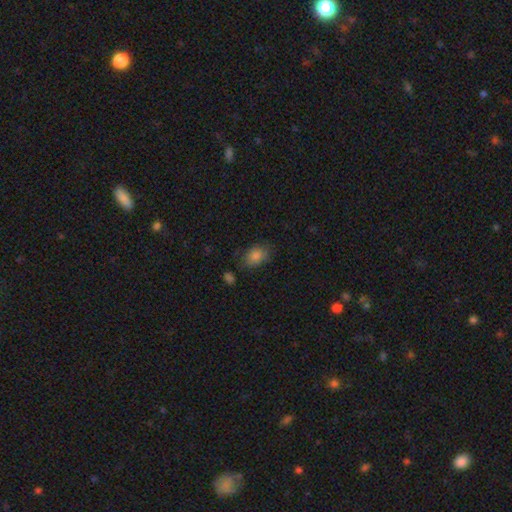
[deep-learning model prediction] Smooth or featured? Predicted: smooth (p=0.84). How rounded? Predicted: in between (p=0.77). Merging? Predicted: none (p=0.72).